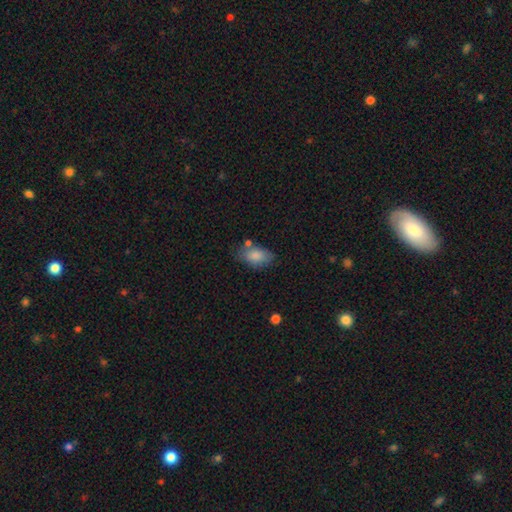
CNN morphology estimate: This appears to be a smooth galaxy with no disk features (85%) that is in between round and cigar-shaped (91%). Merging: none (64%).